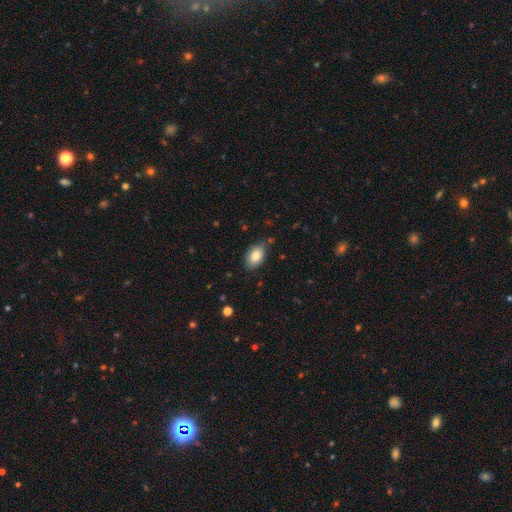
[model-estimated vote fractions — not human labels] A smooth galaxy with no disk features (84%) that is in between round and cigar-shaped (90%).

Vote fractions:
- Smooth or featured? smooth: 84% / featured or disk: 8% / star or artifact: 7%
- How rounded? in between: 90% / round: 9% / cigar-shaped: 1%
- Merging? none: 78% / minor disturbance: 17% / major disturbance: 3% / merger: 2%